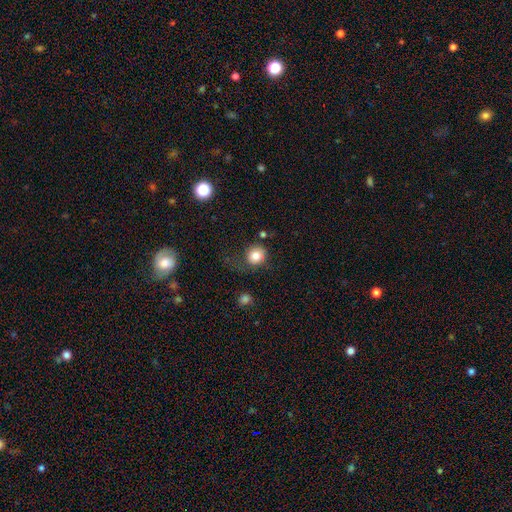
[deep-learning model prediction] smooth-or-featured: smooth: 81% | star or artifact: 11% | featured or disk: 8%
  how-rounded: round: 84% | in between: 15% | cigar-shaped: 1%
  merging: none: 62% | minor disturbance: 20% | major disturbance: 13% | merger: 5%